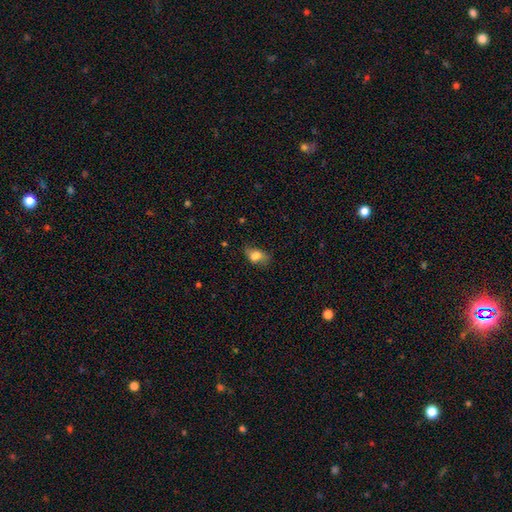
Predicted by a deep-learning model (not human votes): Smooth or featured: smooth — 76% (featured or disk — 14%)
How rounded: in between — 81% (round — 16%)
Merging: none — 56% (minor disturbance — 30%)